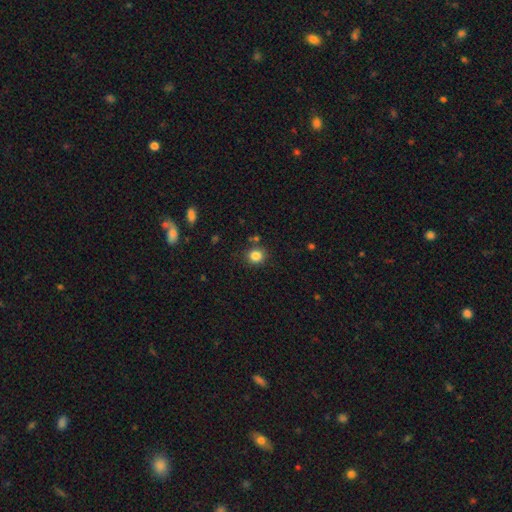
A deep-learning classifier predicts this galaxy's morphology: smooth-or-featured: smooth: 84% | star or artifact: 11% | featured or disk: 5%
  how-rounded: round: 83% | in between: 16% | cigar-shaped: 1%
  merging: none: 84% | minor disturbance: 9% | merger: 4% | major disturbance: 3%